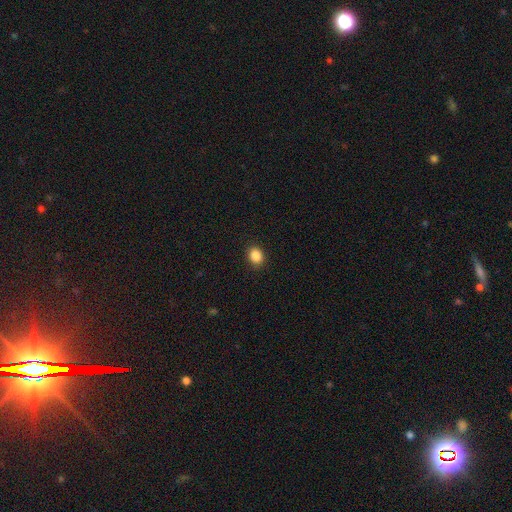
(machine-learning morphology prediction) The model was most divided on "how rounded": round: 51%, in between: 48%, cigar-shaped: 1%. More confident: merging — none (90%); smooth or featured — smooth (87%).